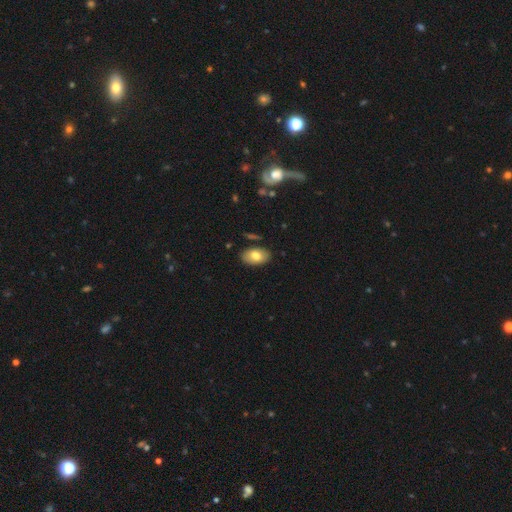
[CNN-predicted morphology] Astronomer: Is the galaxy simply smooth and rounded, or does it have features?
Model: smooth — 76%.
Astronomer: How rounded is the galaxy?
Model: in between — 92%.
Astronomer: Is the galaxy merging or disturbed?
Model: none — 86%.